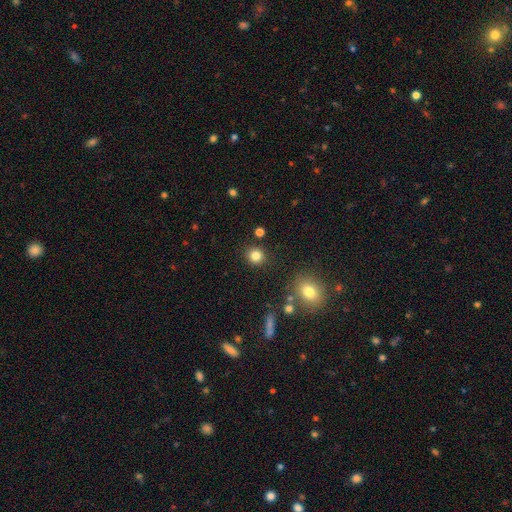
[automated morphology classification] Q: Smooth or featured?
A: smooth (83%); runner-up: star or artifact (12%)
Q: How rounded?
A: round (89%); runner-up: in between (10%)
Q: Merging?
A: none (88%); runner-up: minor disturbance (7%)